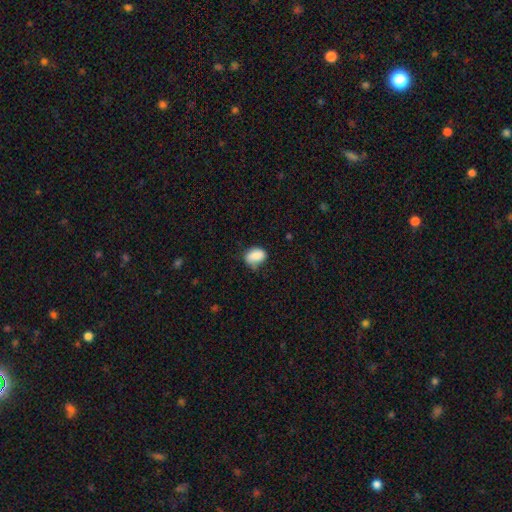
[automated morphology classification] Smooth or featured: smooth — 85% (star or artifact — 8%)
How rounded: in between — 71% (round — 28%)
Merging: none — 56% (minor disturbance — 33%)